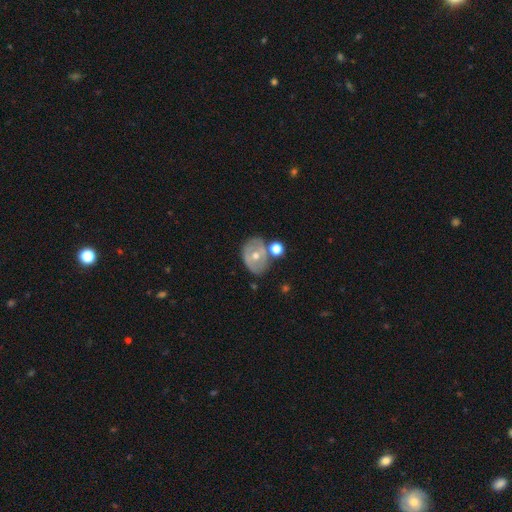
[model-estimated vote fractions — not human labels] This is possibly a featured or disk galaxy (53%). It is clearly not viewed edge-on (94%). Merging: possibly none (59%).